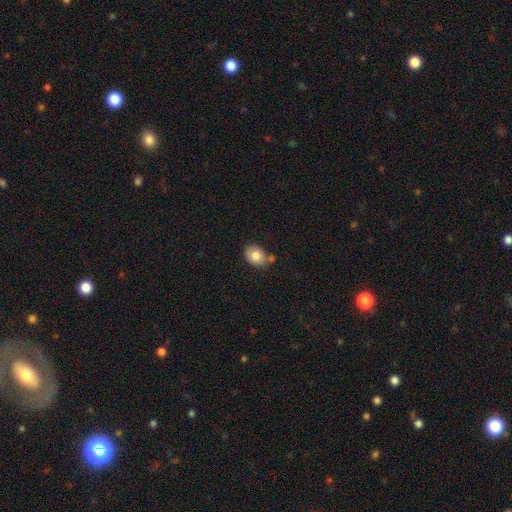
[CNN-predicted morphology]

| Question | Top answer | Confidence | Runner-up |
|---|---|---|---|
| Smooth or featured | smooth | 82% | featured or disk (10%) |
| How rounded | in between | 63% | round (36%) |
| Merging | none | 59% | minor disturbance (20%) |